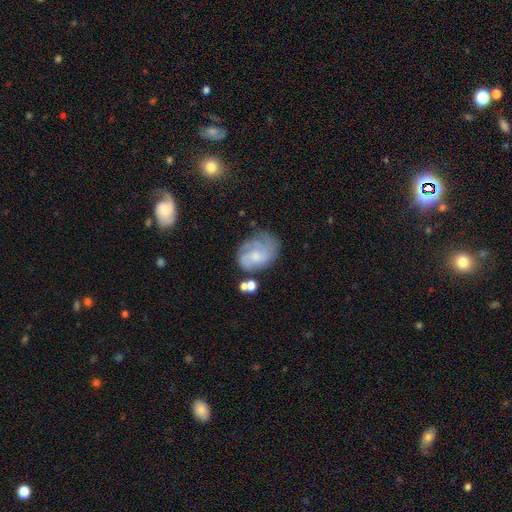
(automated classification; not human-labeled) Smooth or featured?
  - featured or disk: 58% *
  - smooth: 33%
  - star or artifact: 9%
Edge-on disk?
  - no: 97% *
  - yes: 3%
Bar?
  - no: 70% *
  - weak: 27%
  - strong: 3%
Spiral arms?
  - yes: 79% *
  - no: 21%
Bulge size?
  - small: 57% *
  - moderate: 26%
  - none: 13%
  - large: 2%
  - dominant: 1%
Merging?
  - none: 52% *
  - minor disturbance: 26%
  - major disturbance: 15%
  - merger: 6%